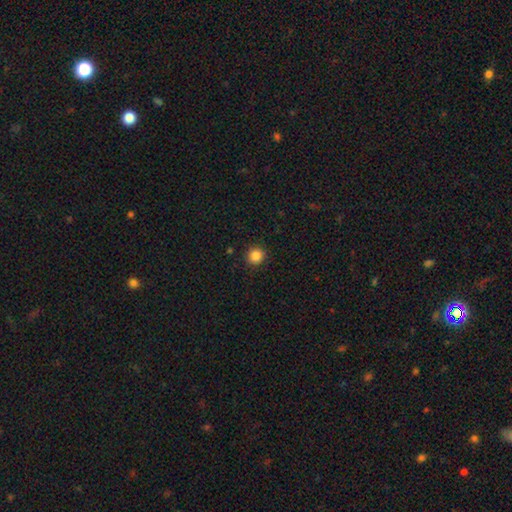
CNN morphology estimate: smooth_or_featured: smooth (p=0.86) [alt: star or artifact p=0.11]
how_rounded: round (p=0.92) [alt: in between p=0.07]
merging: none (p=0.91) [alt: minor disturbance p=0.06]